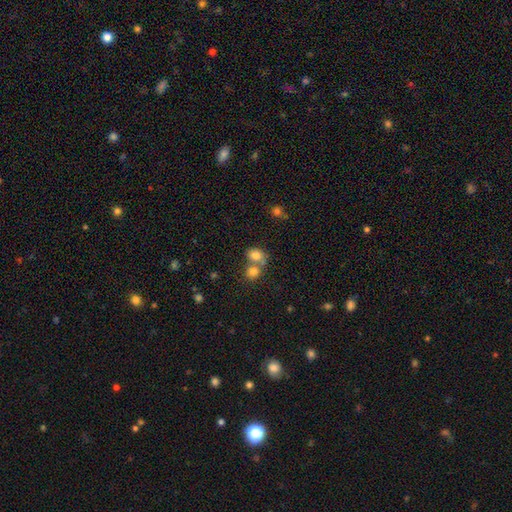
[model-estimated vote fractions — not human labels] The model was most divided on "how rounded": round: 51%, in between: 48%, cigar-shaped: 1%. More confident: smooth or featured — smooth (79%); merging — merger (53%).